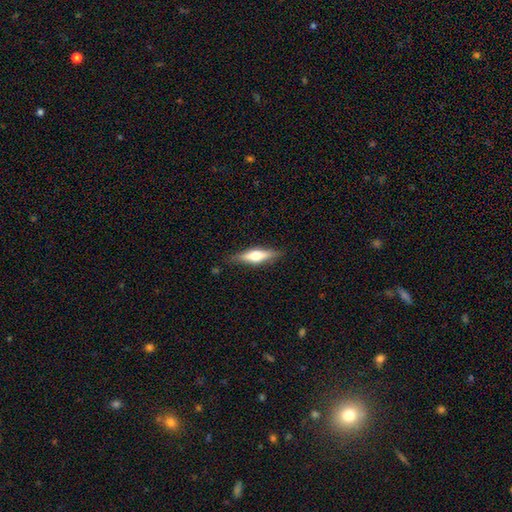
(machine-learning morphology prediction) smooth_or_featured: featured or disk (p=0.49) [alt: smooth p=0.45]
merging: none (p=0.84) [alt: minor disturbance p=0.12]